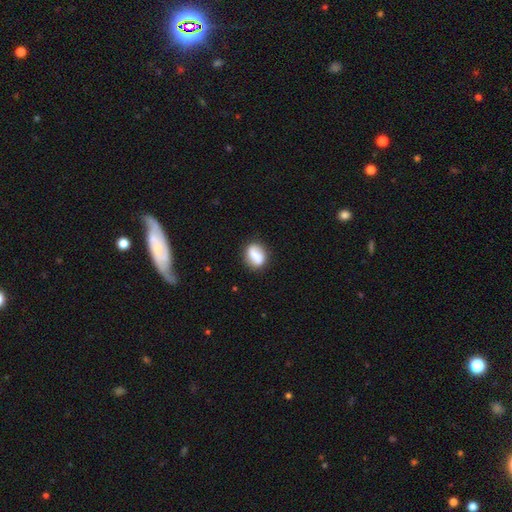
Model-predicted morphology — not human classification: smooth-or-featured: smooth: 70% | featured or disk: 22% | star or artifact: 7%
  how-rounded: in between: 62% | round: 34% | cigar-shaped: 4%
  merging: none: 78% | minor disturbance: 15% | major disturbance: 4% | merger: 3%